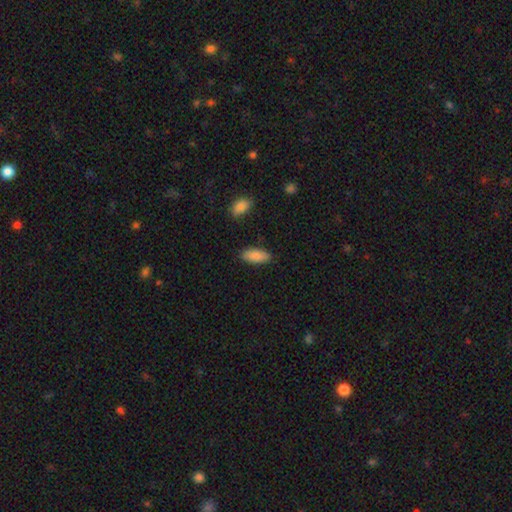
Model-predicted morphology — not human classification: type=smooth (87%); roundness=in between (83%); merging=none (85%).